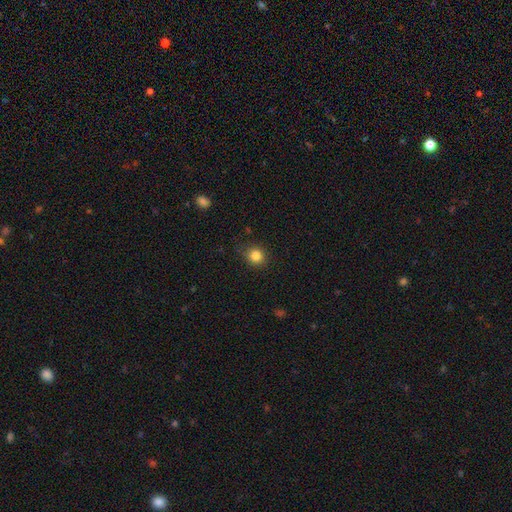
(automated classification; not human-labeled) This is clearly a smooth galaxy (84%). How rounded: clearly round (87%). Merging: clearly none (83%).